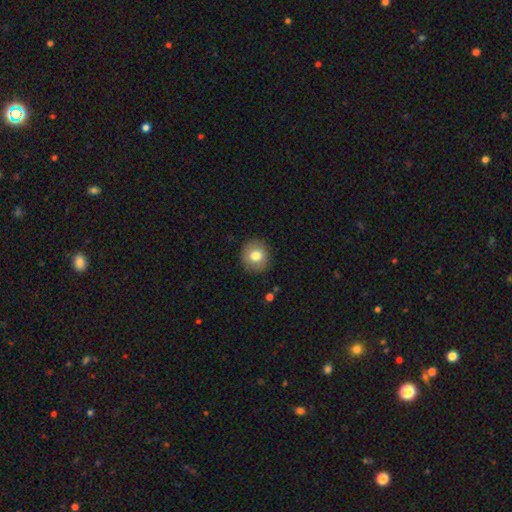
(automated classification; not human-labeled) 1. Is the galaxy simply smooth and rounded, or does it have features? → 77% smooth, 14% featured or disk, 9% star or artifact.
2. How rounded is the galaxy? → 87% round, 12% in between, 1% cigar-shaped.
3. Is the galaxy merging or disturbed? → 89% none, 8% minor disturbance, 2% major disturbance, 1% merger.